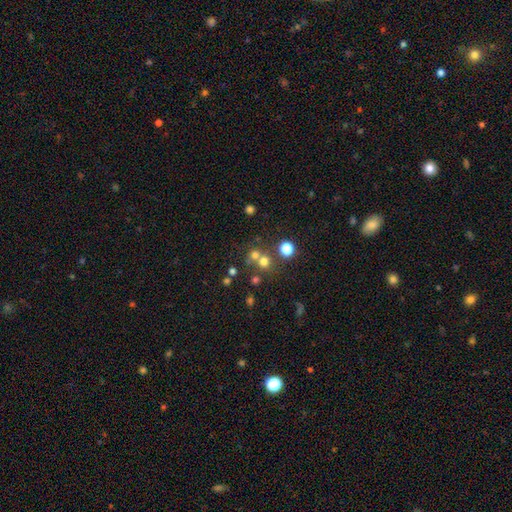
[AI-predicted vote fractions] Smooth or featured?
  - smooth: 55% *
  - star or artifact: 30%
  - featured or disk: 15%
How rounded?
  - round: 86% *
  - in between: 13%
  - cigar-shaped: 1%
Merging?
  - none: 55% *
  - merger: 34%
  - minor disturbance: 7%
  - major disturbance: 4%